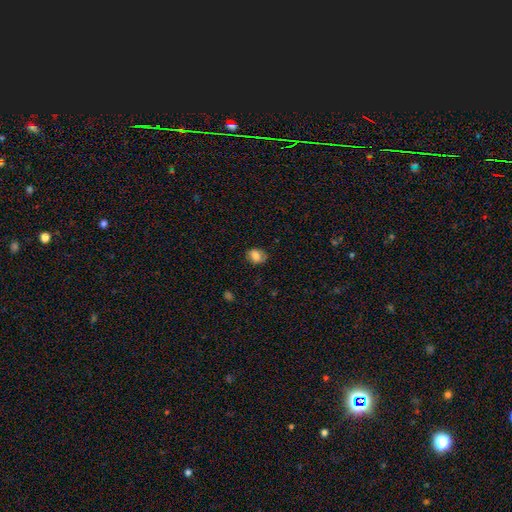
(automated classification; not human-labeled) Morphology: type=smooth (75%); roundness=in between (64%); merging=none (72%).